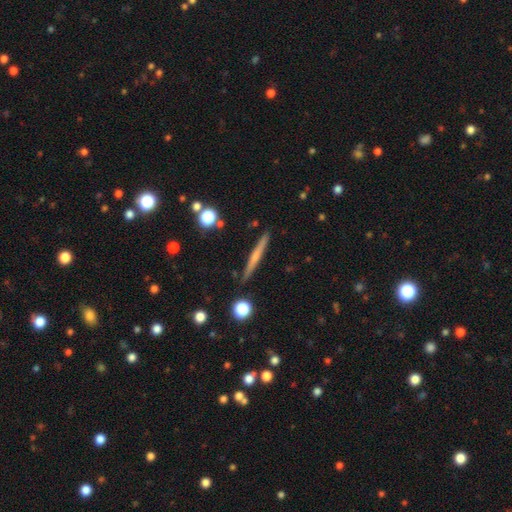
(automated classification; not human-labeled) featured or disk 51%, smooth 42%, star or artifact 7%. Down the decision tree: edge-on disk — yes (97%); merging — none (90%).